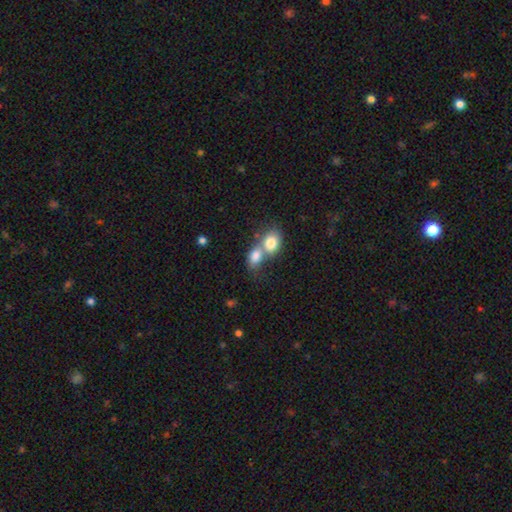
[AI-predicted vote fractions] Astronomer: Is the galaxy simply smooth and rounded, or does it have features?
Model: smooth — 79%.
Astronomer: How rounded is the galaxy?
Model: in between — 68%.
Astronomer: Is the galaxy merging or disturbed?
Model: merger — 71%.